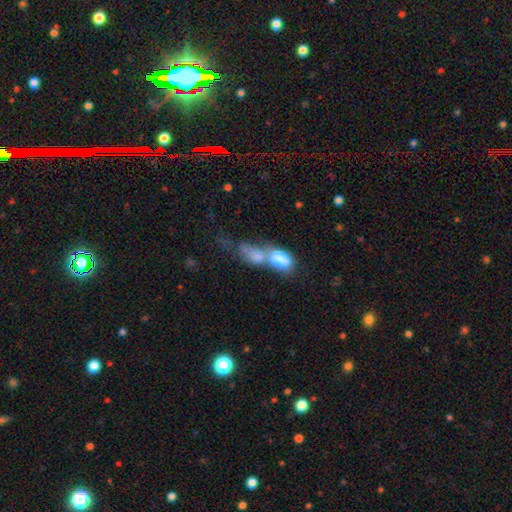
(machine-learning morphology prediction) smooth_or_featured: smooth (p=0.71) [alt: featured or disk p=0.21]
how_rounded: in between (p=0.81) [alt: round p=0.12]
merging: merger (p=0.75) [alt: none p=0.10]